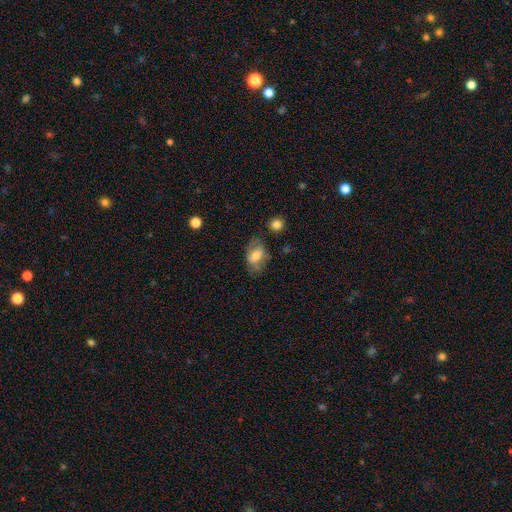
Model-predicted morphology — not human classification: Q: Smooth or featured?
A: smooth (61%); runner-up: featured or disk (31%)
Q: How rounded?
A: in between (84%); runner-up: round (14%)
Q: Merging?
A: none (60%); runner-up: minor disturbance (24%)